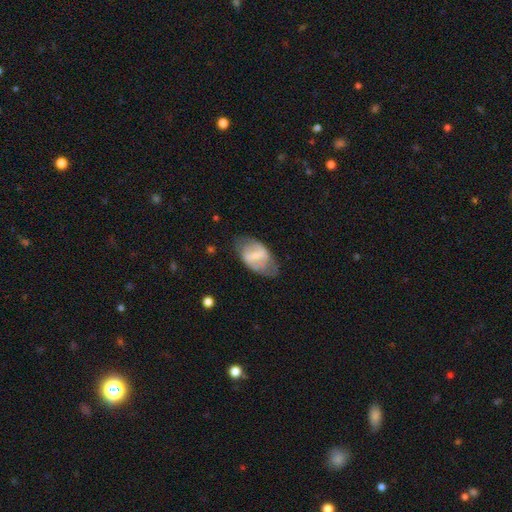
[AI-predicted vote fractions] Smooth or featured? featured or disk (56%)
Edge-on disk? no (95%)
Bar? weak (44%)
Spiral arms? yes (53%)
Bulge size? small (43%)
Merging? none (55%)